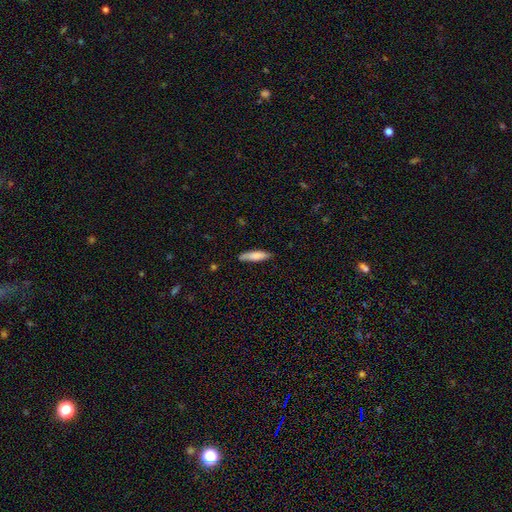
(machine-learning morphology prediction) Smooth or featured? smooth (80%)
How rounded? cigar-shaped (69%)
Merging? none (78%)